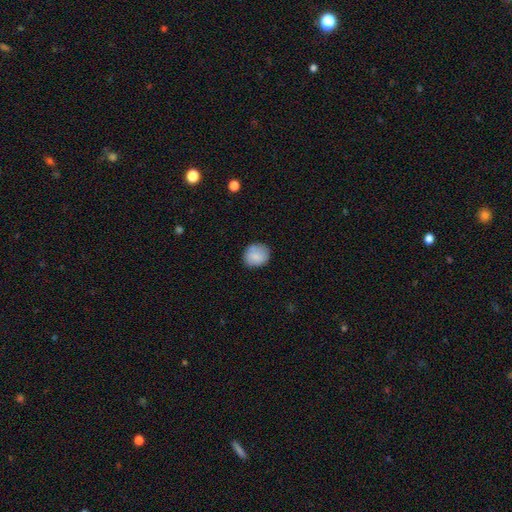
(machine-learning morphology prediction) smooth_or_featured: smooth (p=0.86) [alt: star or artifact p=0.07]
how_rounded: round (p=0.77) [alt: in between p=0.22]
merging: none (p=0.82) [alt: minor disturbance p=0.14]